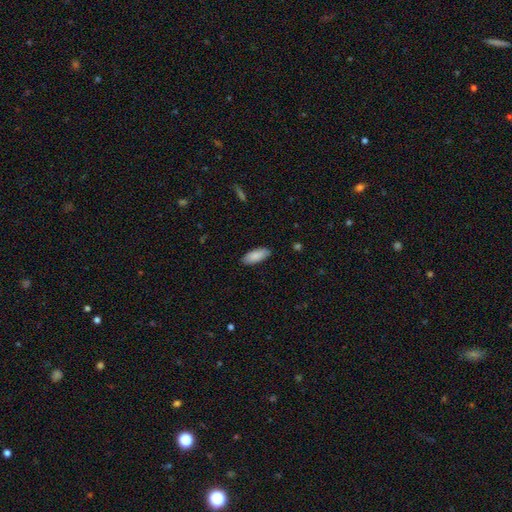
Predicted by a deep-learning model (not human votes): smooth-or-featured: smooth: 88% | featured or disk: 6% | star or artifact: 6%
  how-rounded: in between: 79% | cigar-shaped: 19% | round: 2%
  merging: none: 87% | minor disturbance: 10% | major disturbance: 2% | merger: 1%